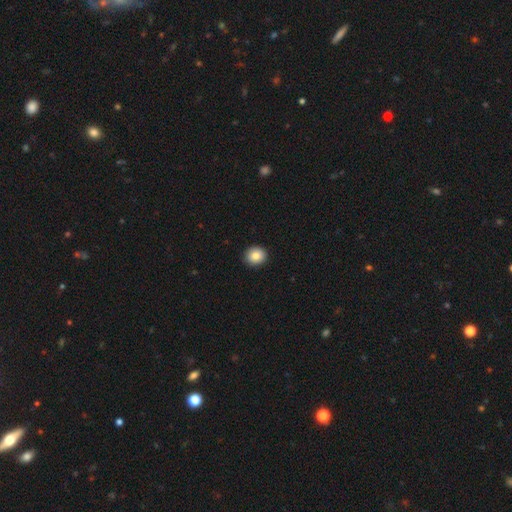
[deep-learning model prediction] This is clearly a smooth galaxy (85%). How rounded: likely round (80%). Merging: clearly none (92%).